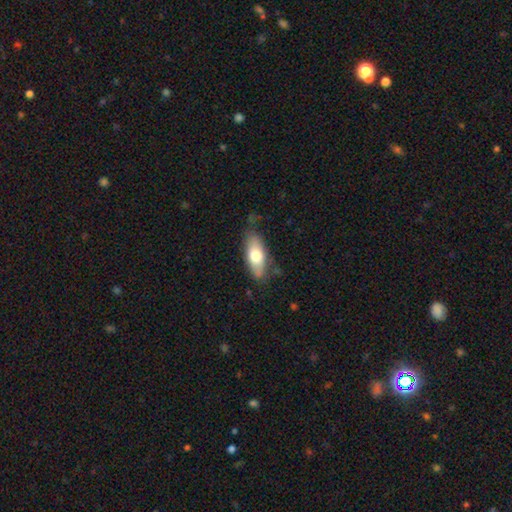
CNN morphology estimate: A smooth galaxy with no disk features (68%) that is in between round and cigar-shaped (75%). Merging: none (74%).